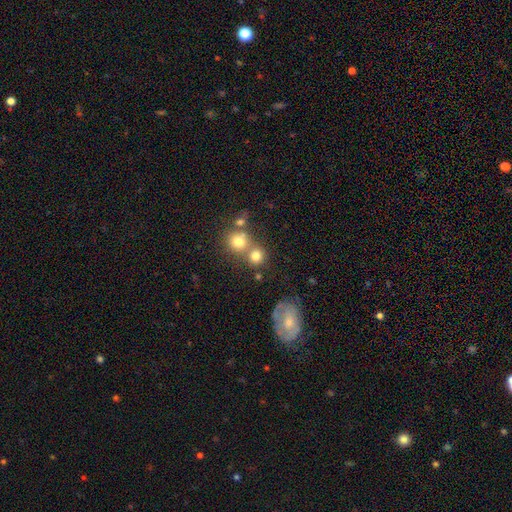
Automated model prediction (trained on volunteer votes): Morphology: type=smooth (76%); roundness=round (85%); merging=none (52%).